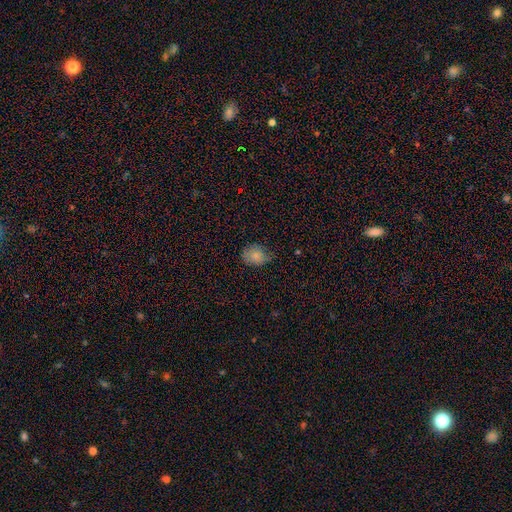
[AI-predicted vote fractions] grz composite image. It shows a smooth galaxy with no disk features (82%) that is in between round and cigar-shaped (53%). Merging: none (58%).